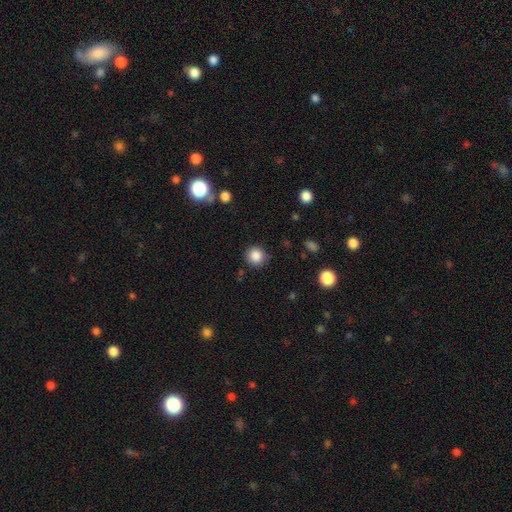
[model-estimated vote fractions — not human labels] Smooth or featured? smooth (86%)
How rounded? round (92%)
Merging? none (87%)